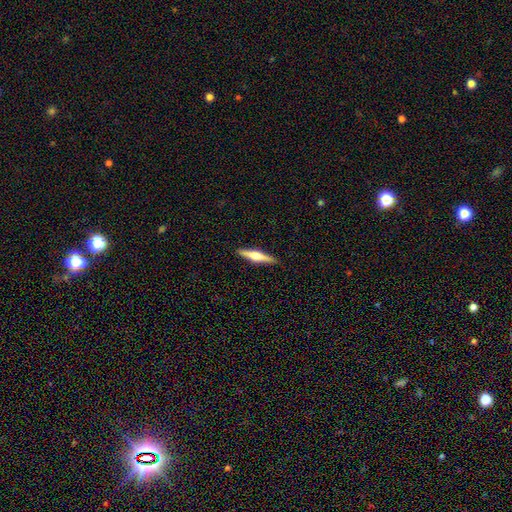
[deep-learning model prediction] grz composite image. It shows a featured or disk galaxy (65%) viewed edge-on (98%) with a rounded central bulge (92%). Merging: none (91%).